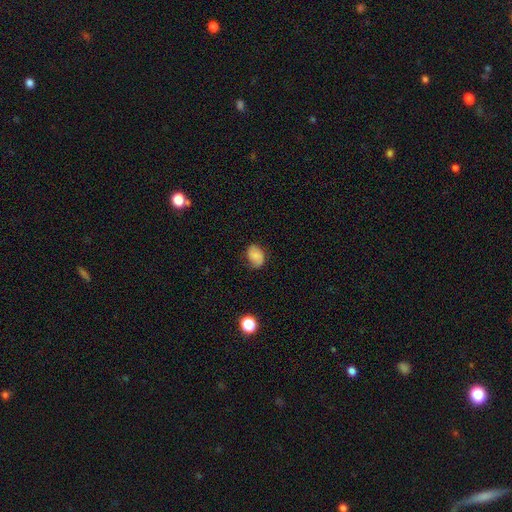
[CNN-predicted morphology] Overall: smooth (73%). How rounded: in between (68%; round 31%). Merging: none (63%; minor disturbance 27%).